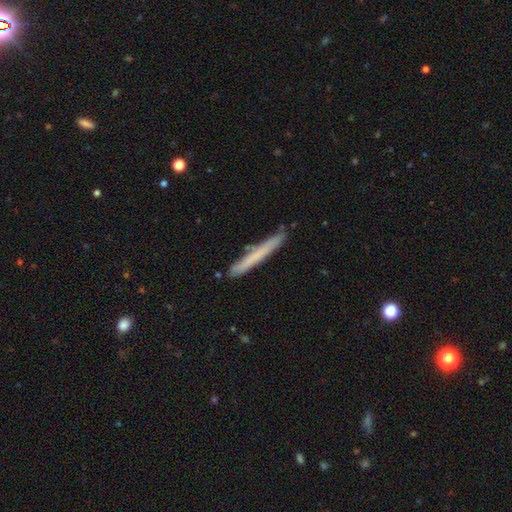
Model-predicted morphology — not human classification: The model was most divided on "smooth or featured": smooth: 61%, featured or disk: 32%, star or artifact: 7%. More confident: how rounded — cigar-shaped (97%); merging — none (85%).